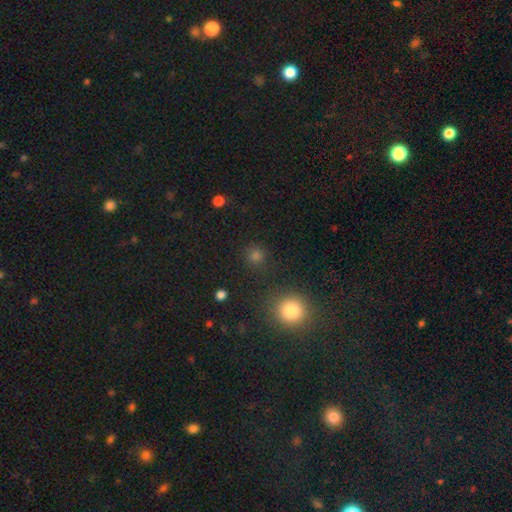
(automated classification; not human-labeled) Smooth or featured? Predicted: smooth (p=0.72). How rounded? Predicted: round (p=0.91). Merging? Predicted: none (p=0.87).